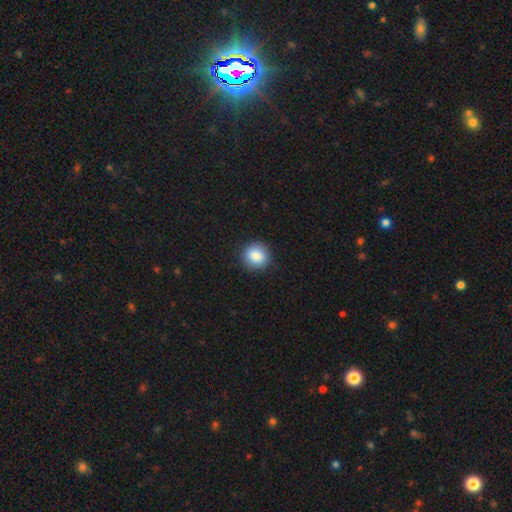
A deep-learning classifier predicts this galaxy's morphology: Overall: smooth (86%). How rounded: round (91%). Merging: none (91%).